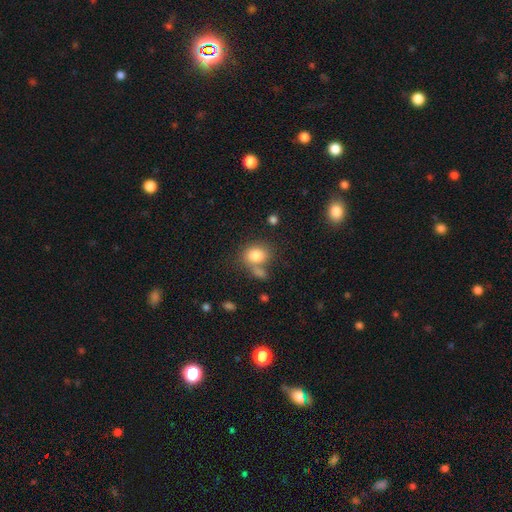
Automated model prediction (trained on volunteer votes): Smooth or featured?
  - smooth: 82% *
  - star or artifact: 9%
  - featured or disk: 8%
How rounded?
  - round: 50% *
  - in between: 49%
  - cigar-shaped: 1%
Merging?
  - none: 51% *
  - merger: 27%
  - minor disturbance: 15%
  - major disturbance: 7%